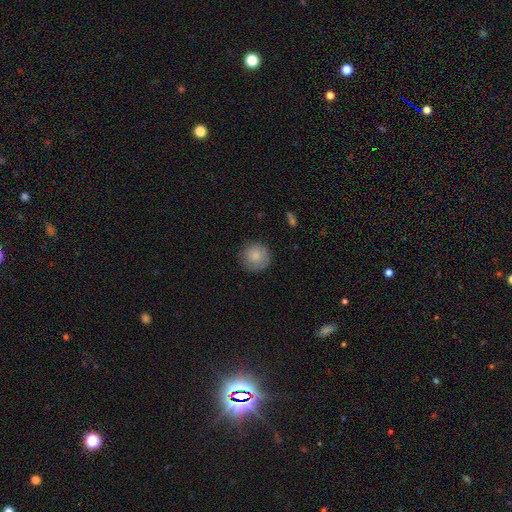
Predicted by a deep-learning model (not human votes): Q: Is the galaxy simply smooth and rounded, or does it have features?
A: smooth — 82%.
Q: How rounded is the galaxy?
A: round — 94%.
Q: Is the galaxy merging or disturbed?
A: none — 85%.